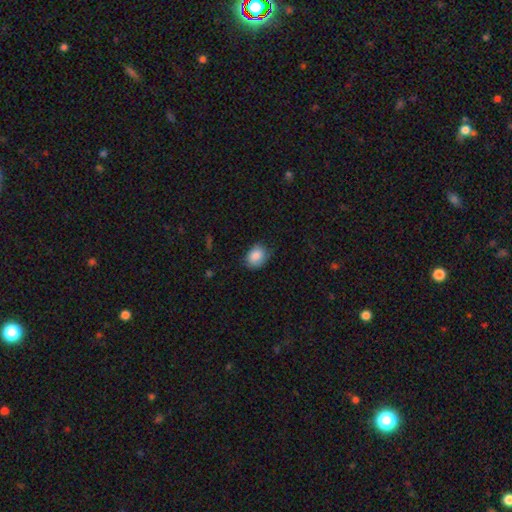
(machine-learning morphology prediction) Smooth or featured? smooth (84%)
How rounded? in between (64%)
Merging? none (68%)